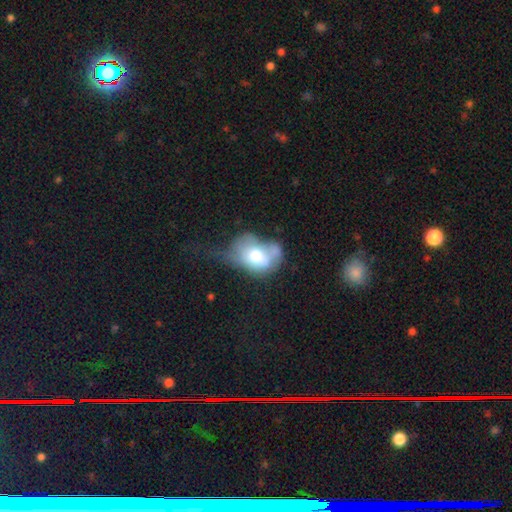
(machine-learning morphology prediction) The model was most divided on "merging": major disturbance: 36%, minor disturbance: 25%, merger: 22%, none: 18%. More confident: how rounded — in between (71%); smooth or featured — smooth (62%).